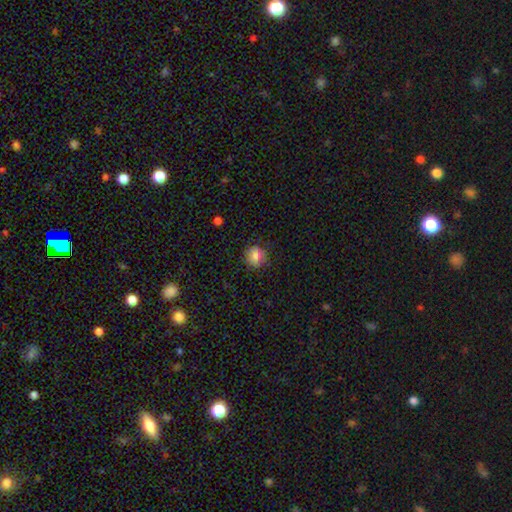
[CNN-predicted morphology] Q: Smooth or featured?
A: smooth (83%); runner-up: star or artifact (10%)
Q: How rounded?
A: round (88%); runner-up: in between (12%)
Q: Merging?
A: none (85%); runner-up: minor disturbance (11%)